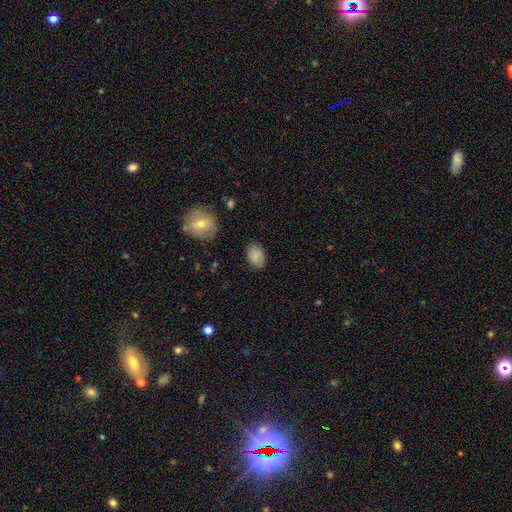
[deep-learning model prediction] A smooth galaxy with no disk features (79%) that is in between round and cigar-shaped (85%).

Vote fractions:
- Smooth or featured? smooth: 79% / featured or disk: 12% / star or artifact: 8%
- How rounded? in between: 85% / round: 14% / cigar-shaped: 1%
- Merging? none: 82% / minor disturbance: 13% / major disturbance: 3% / merger: 2%